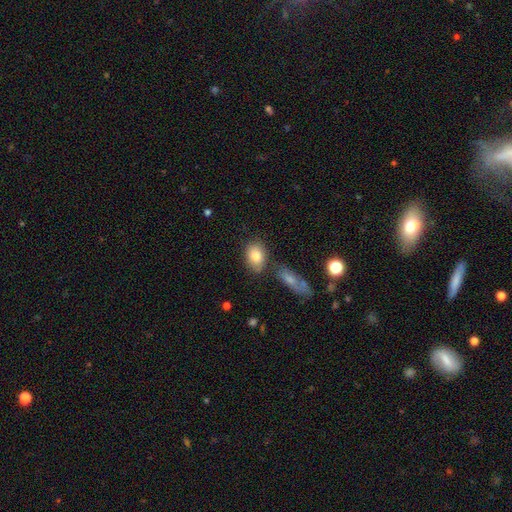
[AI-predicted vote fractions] Morphology: type=smooth (83%); roundness=in between (79%); merging=none (70%).